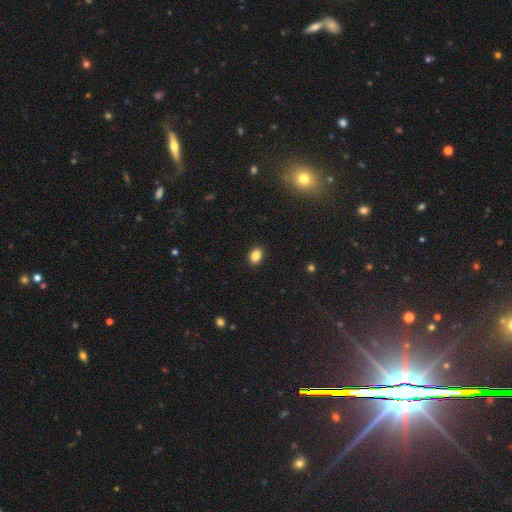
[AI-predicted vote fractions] smooth-or-featured: smooth: 85% | star or artifact: 10% | featured or disk: 5%
  how-rounded: in between: 74% | round: 25% | cigar-shaped: 1%
  merging: none: 89% | minor disturbance: 8% | major disturbance: 2% | merger: 1%